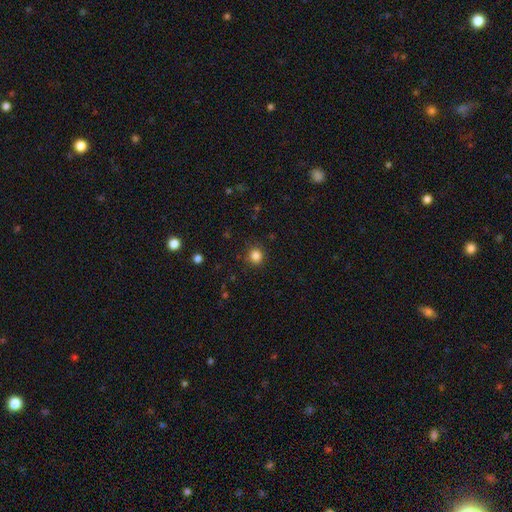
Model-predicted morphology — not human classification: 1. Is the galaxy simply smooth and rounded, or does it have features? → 84% smooth, 12% star or artifact, 4% featured or disk.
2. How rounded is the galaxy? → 89% round, 10% in between, 1% cigar-shaped.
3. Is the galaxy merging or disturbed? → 88% none, 8% minor disturbance, 3% major disturbance, 1% merger.